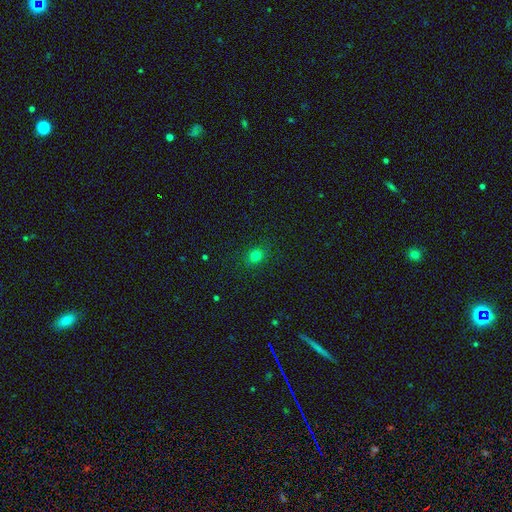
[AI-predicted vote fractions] smooth-or-featured: smooth: 78% | star or artifact: 16% | featured or disk: 6%
  how-rounded: round: 59% | in between: 39% | cigar-shaped: 1%
  merging: none: 88% | minor disturbance: 9% | major disturbance: 3% | merger: 1%